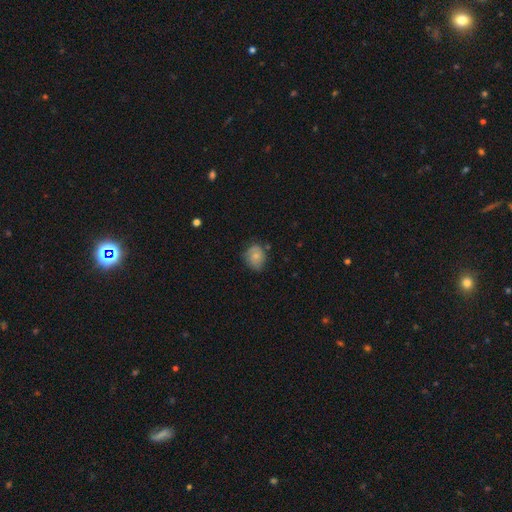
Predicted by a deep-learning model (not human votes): Smooth or featured?
  - smooth: 69% *
  - featured or disk: 22%
  - star or artifact: 9%
How rounded?
  - round: 61% *
  - in between: 38%
  - cigar-shaped: 1%
Merging?
  - none: 64% *
  - minor disturbance: 28%
  - major disturbance: 6%
  - merger: 2%